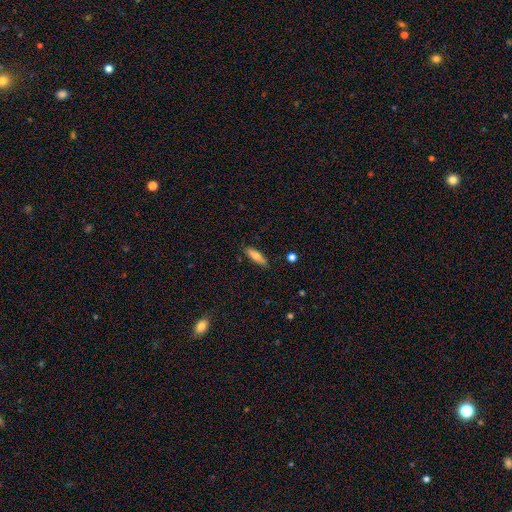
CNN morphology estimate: The model was most divided on "how rounded": cigar-shaped: 57%, in between: 41%, round: 2%. More confident: merging — none (86%); smooth or featured — smooth (71%).